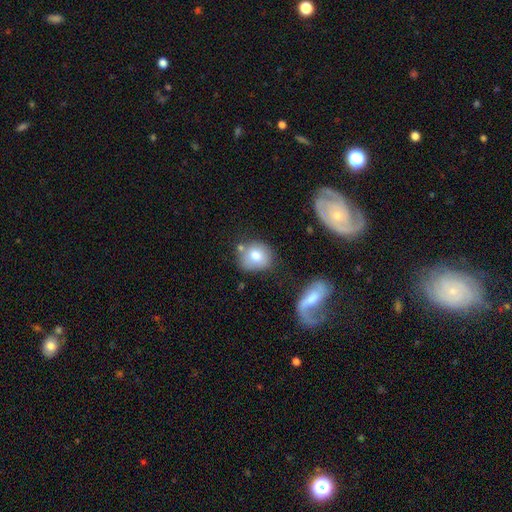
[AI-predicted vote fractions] smooth_or_featured: smooth (p=0.77) [alt: featured or disk p=0.15]
how_rounded: round (p=0.71) [alt: in between p=0.27]
merging: none (p=0.66) [alt: minor disturbance p=0.18]